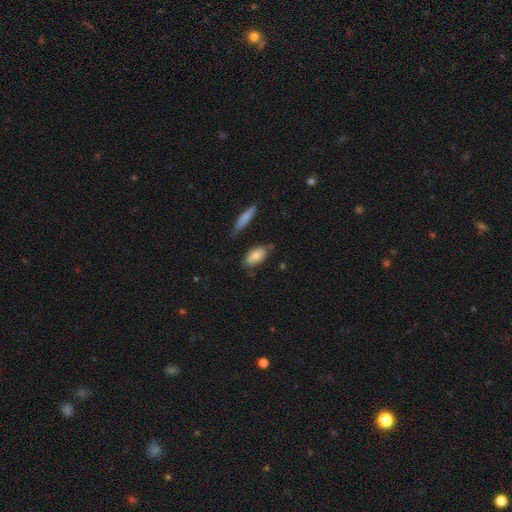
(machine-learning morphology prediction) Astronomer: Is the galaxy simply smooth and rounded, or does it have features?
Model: smooth — 82%.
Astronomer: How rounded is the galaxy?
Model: in between — 89%.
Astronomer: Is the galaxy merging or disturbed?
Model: none — 69%.